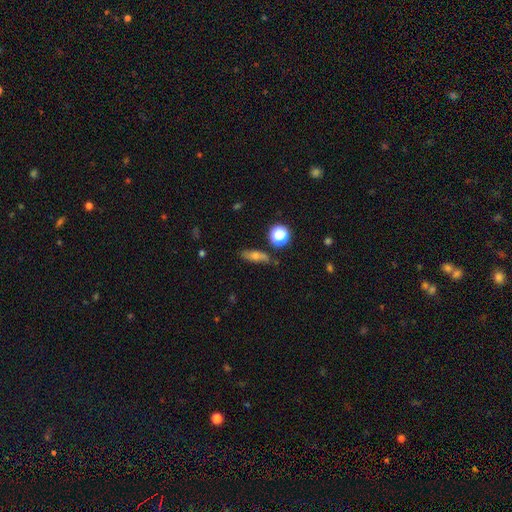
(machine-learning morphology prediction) Smooth or featured: smooth — 60% (featured or disk — 27%)
How rounded: in between — 51% (cigar-shaped — 37%)
Merging: none — 71% (minor disturbance — 21%)